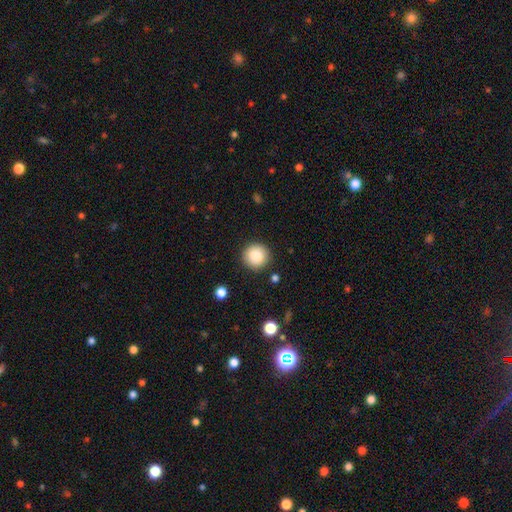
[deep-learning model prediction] Smooth or featured? smooth (85%)
How rounded? round (94%)
Merging? none (89%)